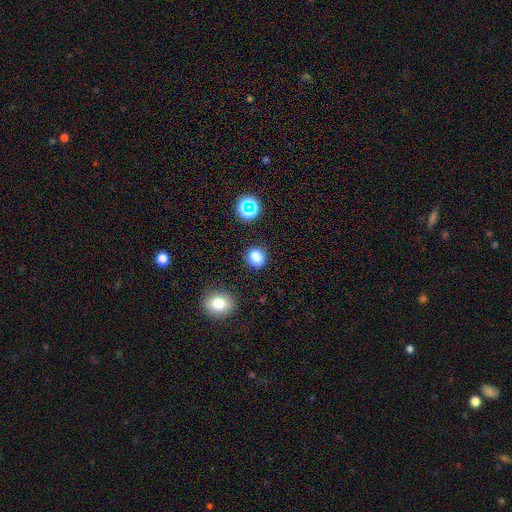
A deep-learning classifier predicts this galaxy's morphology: Q: Smooth or featured?
A: smooth (81%); runner-up: star or artifact (14%)
Q: How rounded?
A: round (66%); runner-up: in between (32%)
Q: Merging?
A: none (85%); runner-up: minor disturbance (10%)